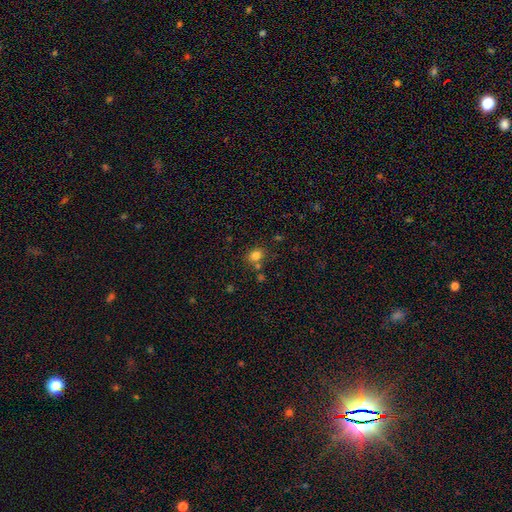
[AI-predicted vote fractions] A smooth galaxy with no disk features (80%) that is round (65%). Merging: none (72%).